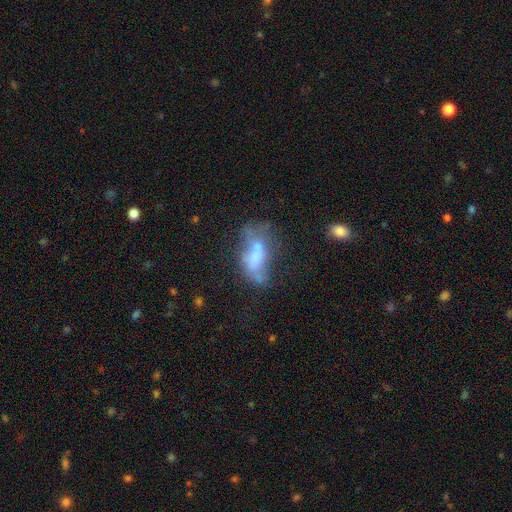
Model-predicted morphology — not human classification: Overall: featured or disk (46%; smooth 42%). Merging: merger (32%; major disturbance 29%).